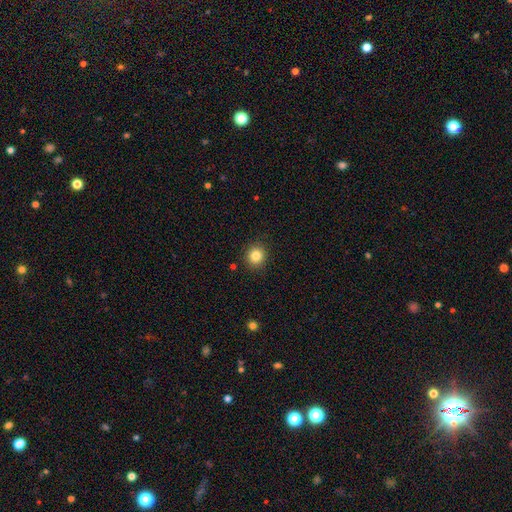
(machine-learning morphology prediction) smooth_or_featured: smooth (p=0.84) [alt: star or artifact p=0.11]
how_rounded: round (p=0.89) [alt: in between p=0.10]
merging: none (p=0.90) [alt: minor disturbance p=0.07]